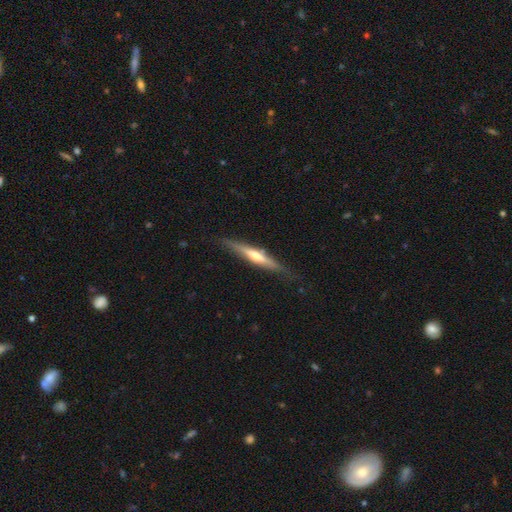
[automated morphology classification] Q: Smooth or featured?
A: featured or disk (61%); runner-up: smooth (33%)
Q: Edge-on disk?
A: yes (95%); runner-up: no (5%)
Q: Edge-on bulge?
A: rounded (71%); runner-up: none (19%)
Q: Merging?
A: none (81%); runner-up: minor disturbance (14%)